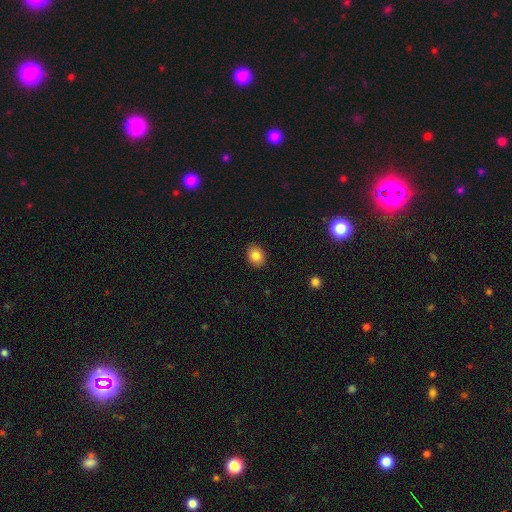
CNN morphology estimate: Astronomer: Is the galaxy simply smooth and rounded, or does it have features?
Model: smooth — 83%.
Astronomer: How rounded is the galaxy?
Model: in between — 59% (runner-up: round, 40%).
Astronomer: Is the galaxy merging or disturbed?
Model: none — 90%.